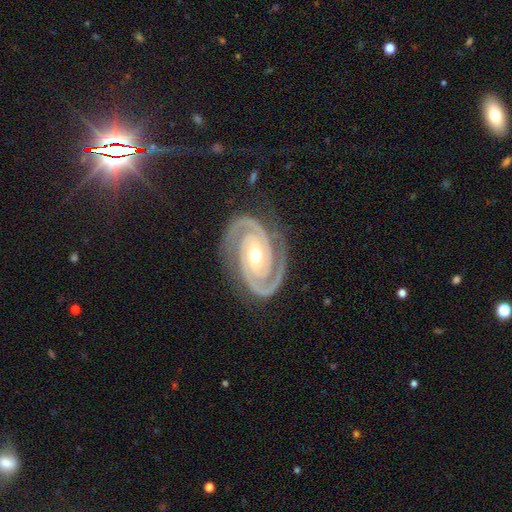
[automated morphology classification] featured or disk 94%, star or artifact 4%, smooth 2%. Down the decision tree: edge-on disk — no (98%); bar — no (64%); spiral arms — yes (99%); spiral arm count — 2 (93%); spiral winding — tight (74%); bulge size — moderate (68%); merging — none (85%).